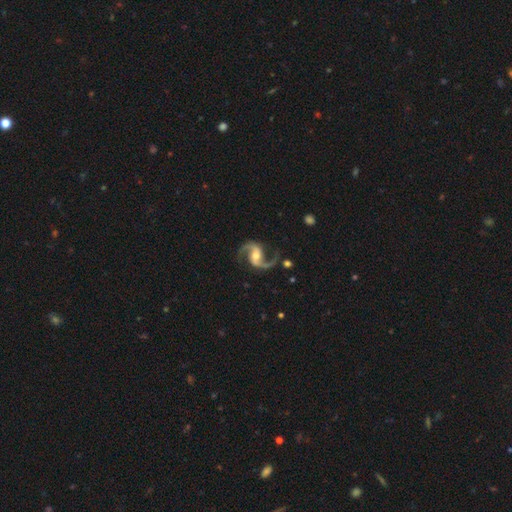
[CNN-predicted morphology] Smooth or featured? Predicted: featured or disk (p=0.94). Edge-on disk? Predicted: no (p=0.98). Bar? Predicted: weak (p=0.40). Spiral arms? Predicted: yes (p=0.98). Spiral winding? Predicted: loose (p=0.48). Spiral arm count? Predicted: 2 (p=0.95). Bulge size? Predicted: moderate (p=0.65). Merging? Predicted: none (p=0.79).